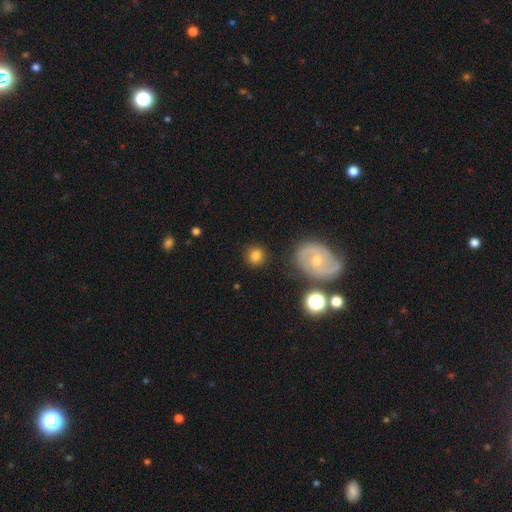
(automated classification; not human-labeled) Smooth or featured?
  - smooth: 76% *
  - featured or disk: 13%
  - star or artifact: 11%
How rounded?
  - round: 90% *
  - in between: 9%
  - cigar-shaped: 1%
Merging?
  - none: 86% *
  - minor disturbance: 8%
  - merger: 3%
  - major disturbance: 3%